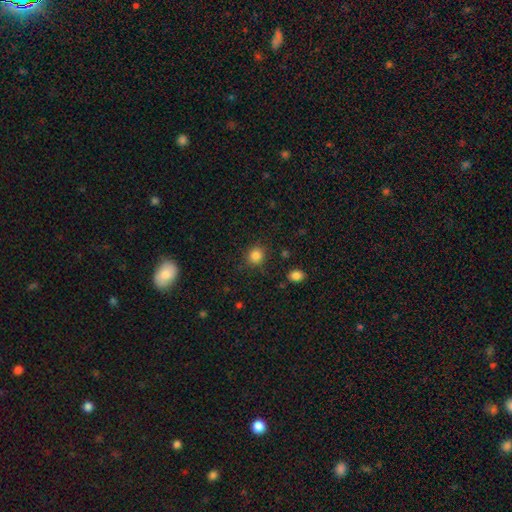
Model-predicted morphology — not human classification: The model was most divided on "how rounded": round: 86%, in between: 13%, cigar-shaped: 1%. More confident: merging — none (86%); smooth or featured — smooth (84%).